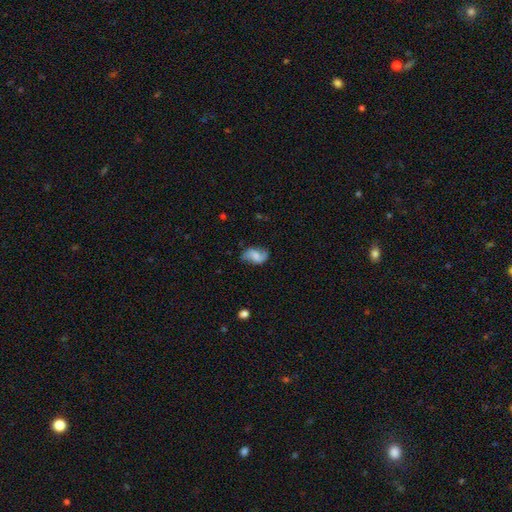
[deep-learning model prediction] Smooth or featured? Predicted: featured or disk (p=0.56). Edge-on disk? Predicted: no (p=0.96). Bar? Predicted: no (p=0.47). Spiral arms? Predicted: yes (p=0.90). Bulge size? Predicted: small (p=0.31, tied with none). Merging? Predicted: none (p=0.67).